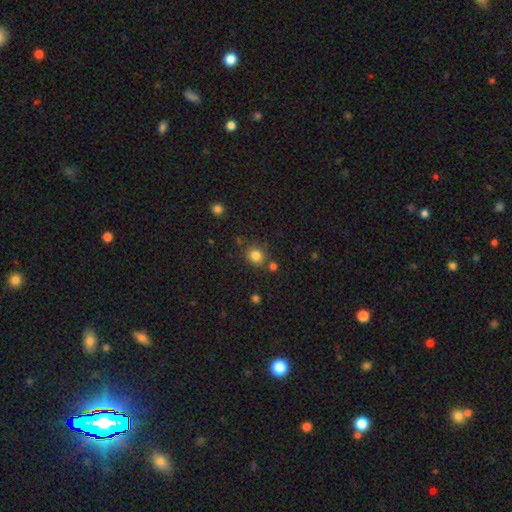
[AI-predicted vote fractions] This is clearly a smooth galaxy (82%). How rounded: clearly round (83%). Merging: likely none (79%).